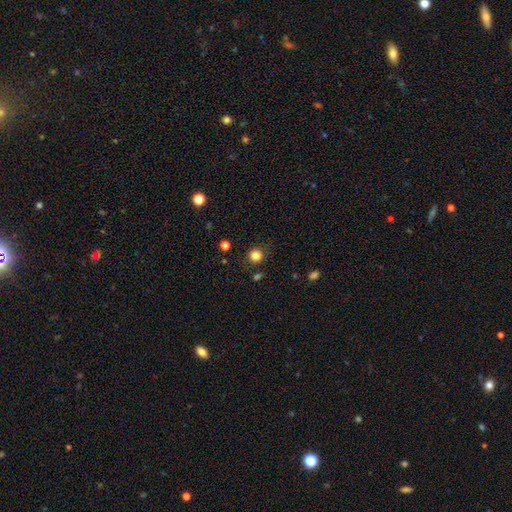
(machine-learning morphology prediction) A smooth galaxy with no disk features (83%) that is round (91%).

Vote fractions:
- Smooth or featured? smooth: 83% / star or artifact: 12% / featured or disk: 5%
- How rounded? round: 91% / in between: 8% / cigar-shaped: 1%
- Merging? none: 86% / minor disturbance: 9% / major disturbance: 3% / merger: 2%